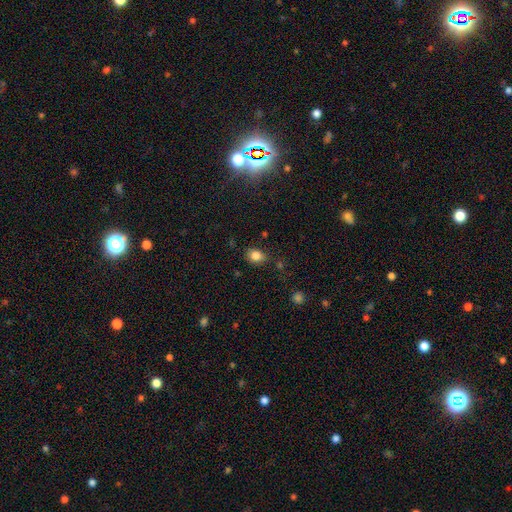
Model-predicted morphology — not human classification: This is clearly a smooth galaxy (83%). How rounded: likely in between (62%). Merging: clearly none (81%).